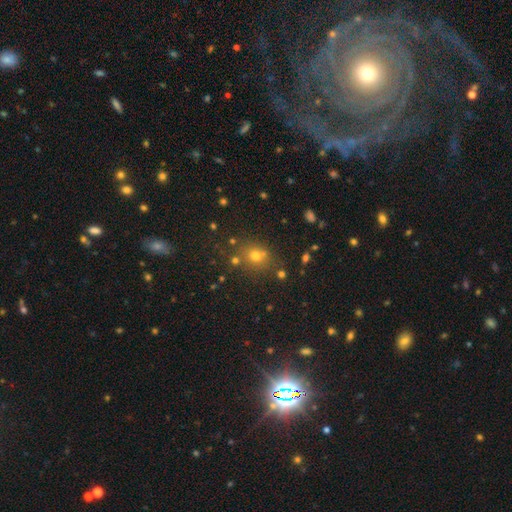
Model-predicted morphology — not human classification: The model was most divided on "smooth or featured": smooth: 62%, star or artifact: 27%, featured or disk: 11%. More confident: how rounded — round (75%); merging — none (71%).